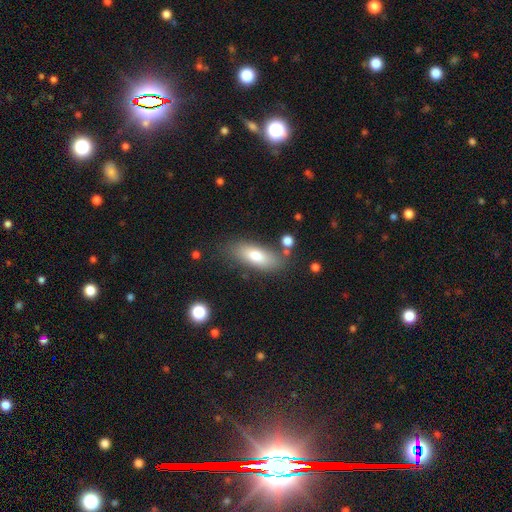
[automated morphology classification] The model was most divided on "how rounded": in between: 72%, cigar-shaped: 26%, round: 3%. More confident: smooth or featured — smooth (75%); merging — none (75%).